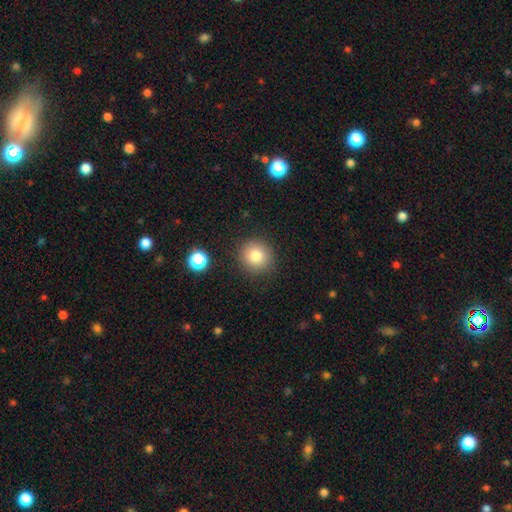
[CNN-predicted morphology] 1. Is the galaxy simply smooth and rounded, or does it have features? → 81% smooth, 11% star or artifact, 8% featured or disk.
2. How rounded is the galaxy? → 90% round, 9% in between, 1% cigar-shaped.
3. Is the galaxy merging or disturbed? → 88% none, 8% minor disturbance, 3% major disturbance, 2% merger.